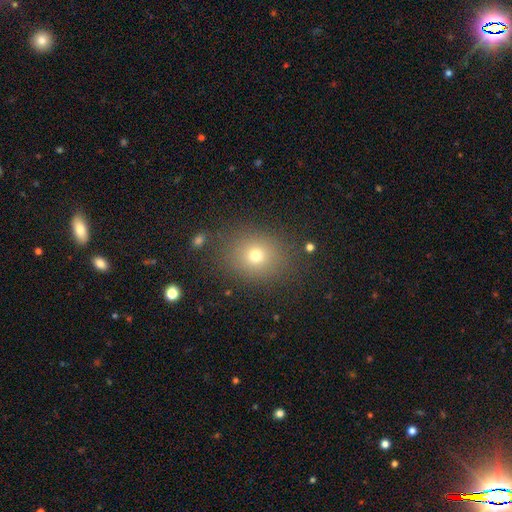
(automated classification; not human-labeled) Smooth or featured? Predicted: smooth (p=0.73). How rounded? Predicted: round (p=0.71). Merging? Predicted: none (p=0.84).